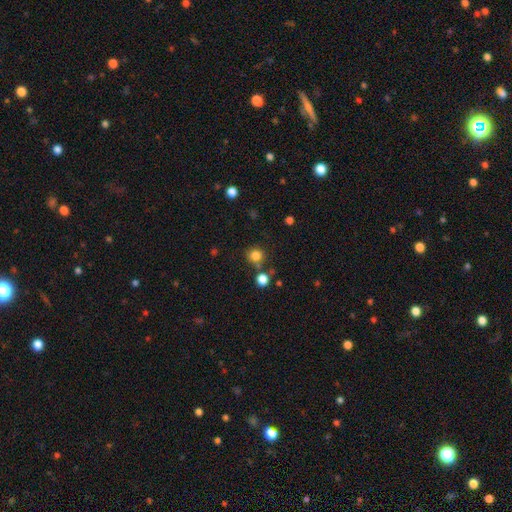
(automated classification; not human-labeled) smooth-or-featured: smooth: 82% | star or artifact: 13% | featured or disk: 5%
  how-rounded: round: 91% | in between: 8% | cigar-shaped: 1%
  merging: none: 76% | merger: 12% | minor disturbance: 9% | major disturbance: 3%